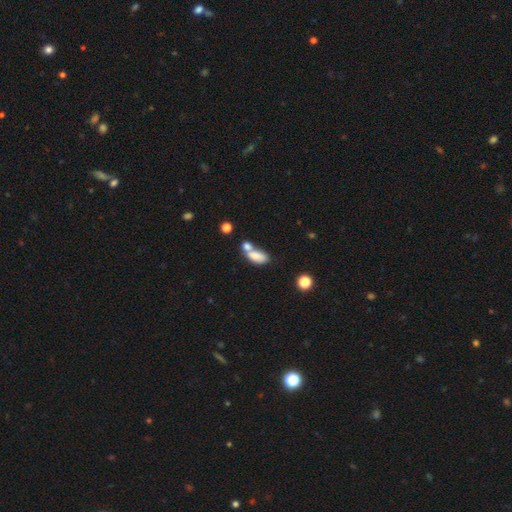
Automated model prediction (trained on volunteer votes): smooth-or-featured: smooth: 75% | featured or disk: 15% | star or artifact: 9%
  how-rounded: in between: 84% | cigar-shaped: 9% | round: 7%
  merging: merger: 54% | none: 27% | minor disturbance: 12% | major disturbance: 7%